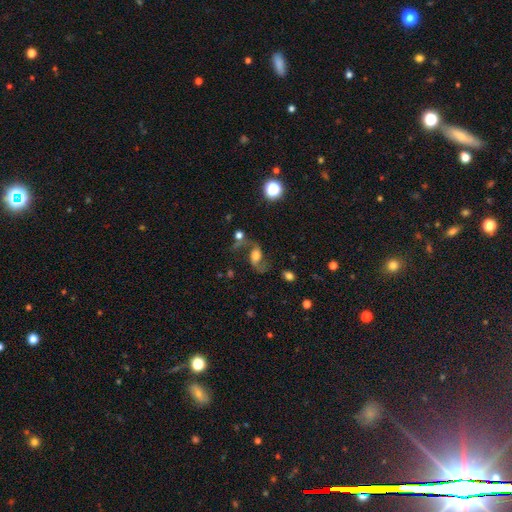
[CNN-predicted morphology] This appears to be a featured or disk galaxy (66%) with no bar (48%), 2 (90%) loose (76%) spiral arms (89%) and a moderate central bulge (44%). Merging: none (53%).